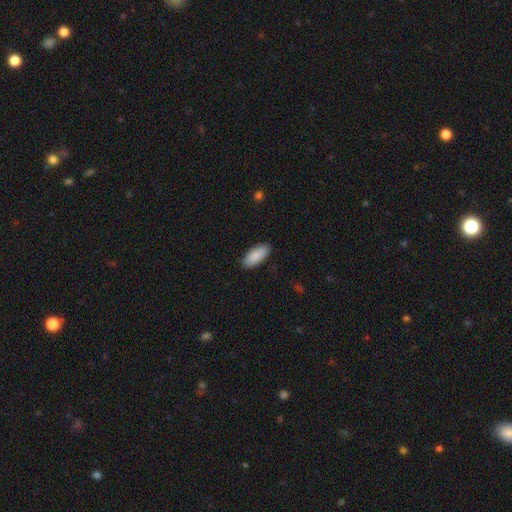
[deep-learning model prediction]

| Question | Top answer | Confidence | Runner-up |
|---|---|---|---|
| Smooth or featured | smooth | 90% | star or artifact (5%) |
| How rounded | in between | 86% | cigar-shaped (12%) |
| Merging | none | 89% | minor disturbance (8%) |